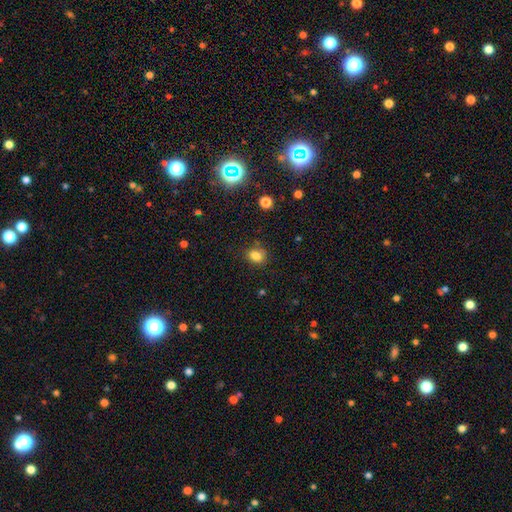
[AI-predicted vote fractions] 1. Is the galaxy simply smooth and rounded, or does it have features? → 82% smooth, 12% star or artifact, 5% featured or disk.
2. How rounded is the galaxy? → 55% round, 44% in between, 1% cigar-shaped.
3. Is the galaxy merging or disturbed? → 79% none, 14% minor disturbance, 4% major disturbance, 3% merger.